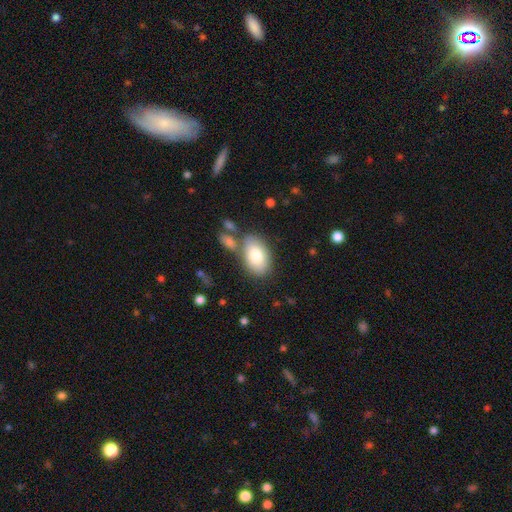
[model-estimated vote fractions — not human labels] A smooth galaxy with no disk features (79%) that is in between round and cigar-shaped (92%). Merging: none (69%).